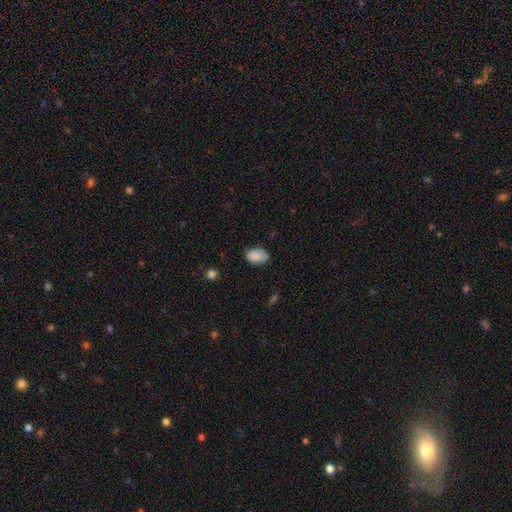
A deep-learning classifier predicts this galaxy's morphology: Q: Smooth or featured?
A: smooth (86%); runner-up: star or artifact (8%)
Q: How rounded?
A: in between (87%); runner-up: round (12%)
Q: Merging?
A: none (69%); runner-up: minor disturbance (25%)